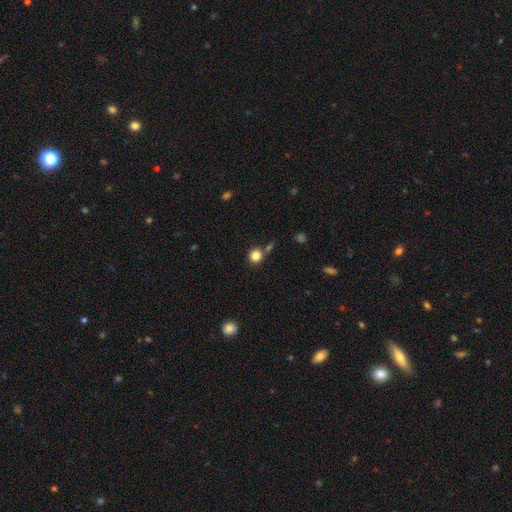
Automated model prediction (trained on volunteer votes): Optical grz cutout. It shows a smooth galaxy with no disk features (83%) that is round (92%). Merging: none (74%).